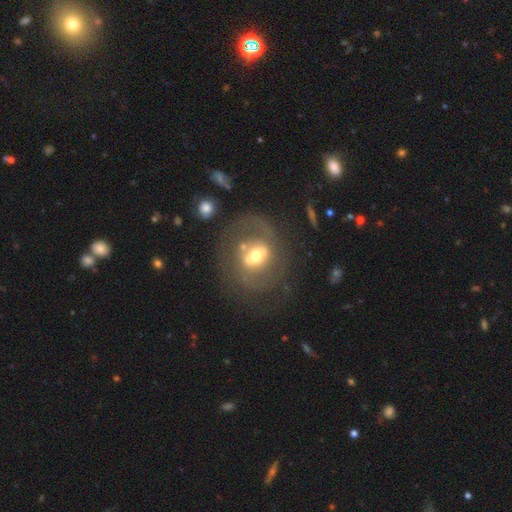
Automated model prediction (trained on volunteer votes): The model was most divided on "bar": weak: 36%, strong: 33%, no: 31%. More confident: edge-on disk — no (93%); bulge size — moderate (64%); smooth or featured — featured or disk (60%); spiral arms — no (57%); merging — none (56%).